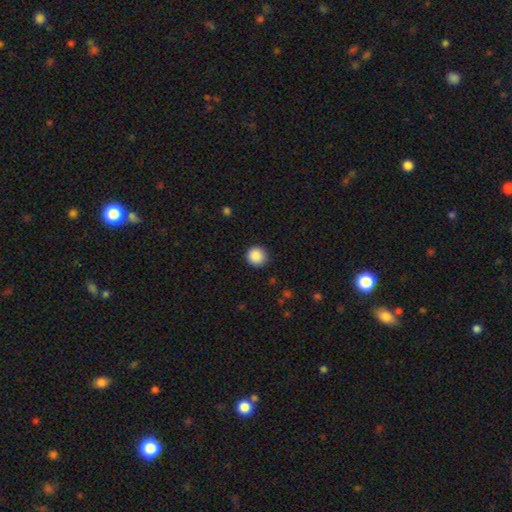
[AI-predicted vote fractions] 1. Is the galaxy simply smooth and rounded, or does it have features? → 89% smooth, 9% star or artifact, 2% featured or disk.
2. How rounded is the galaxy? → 94% round, 5% in between, 1% cigar-shaped.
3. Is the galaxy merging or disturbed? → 90% none, 7% minor disturbance, 2% major disturbance, 1% merger.